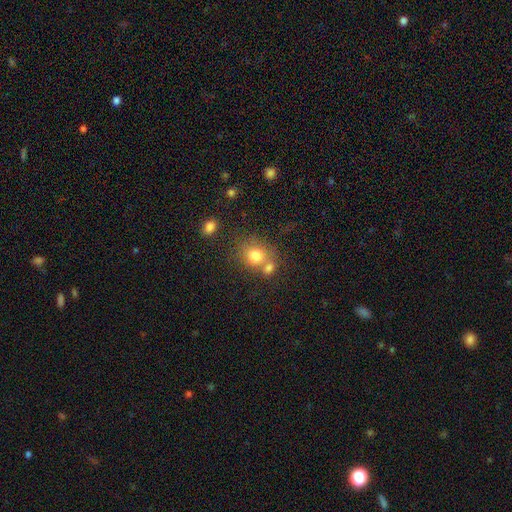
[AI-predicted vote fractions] Smooth or featured?
  - smooth: 78% *
  - featured or disk: 11%
  - star or artifact: 11%
How rounded?
  - round: 72% *
  - in between: 27%
  - cigar-shaped: 1%
Merging?
  - none: 47% *
  - merger: 36%
  - minor disturbance: 12%
  - major disturbance: 5%